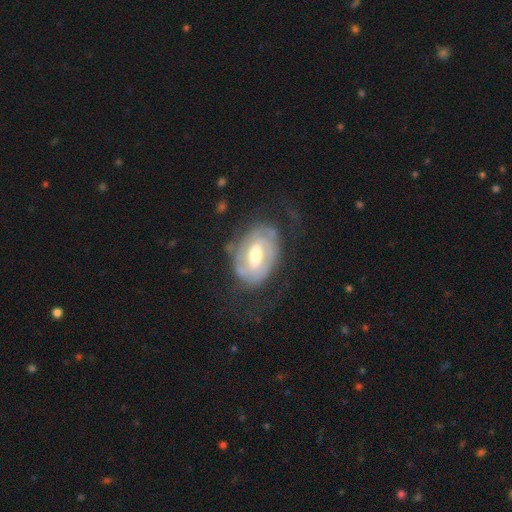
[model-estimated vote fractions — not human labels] Smooth or featured? featured or disk (76%)
Edge-on disk? no (95%)
Bar? weak (49%)
Spiral arms? yes (77%)
Spiral winding? tight (56%)
Spiral arm count? 2 (46%)
Bulge size? moderate (64%)
Merging? none (58%)